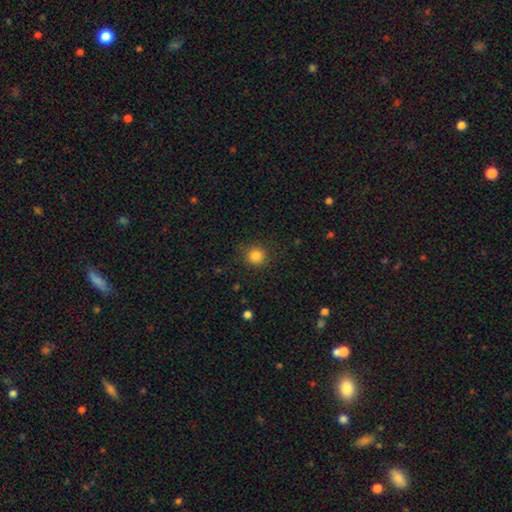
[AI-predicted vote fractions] smooth-or-featured: smooth: 84% | star or artifact: 12% | featured or disk: 4%
  how-rounded: round: 91% | in between: 8% | cigar-shaped: 1%
  merging: none: 87% | minor disturbance: 9% | major disturbance: 3% | merger: 1%